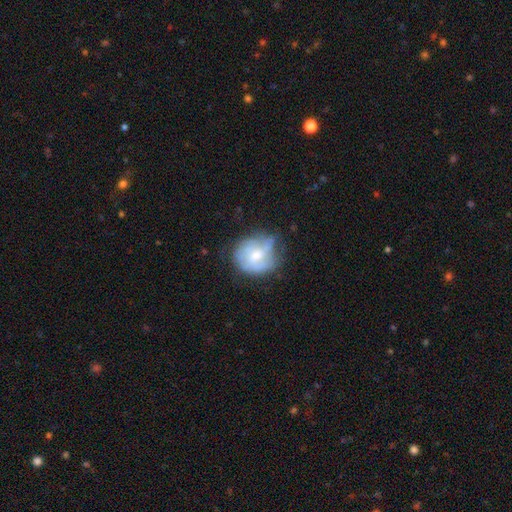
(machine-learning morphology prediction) featured or disk 55%, smooth 37%, star or artifact 8%. Down the decision tree: edge-on disk — no (97%); bar — no (66%); spiral arms — yes (65%); bulge size — moderate (50%); merging — none (47%).